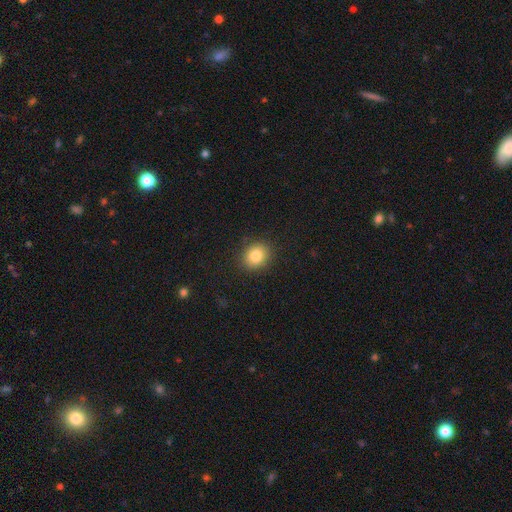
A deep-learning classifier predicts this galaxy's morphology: type=smooth (84%); roundness=round (67%); merging=none (88%).